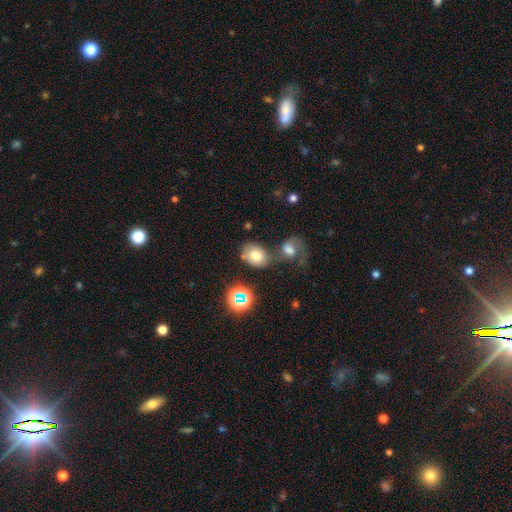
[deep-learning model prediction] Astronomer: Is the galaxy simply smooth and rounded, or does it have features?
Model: smooth — 68%.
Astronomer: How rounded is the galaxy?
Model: in between — 62%.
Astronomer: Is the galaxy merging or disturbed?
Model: none — 43% (runner-up: merger, 34%).